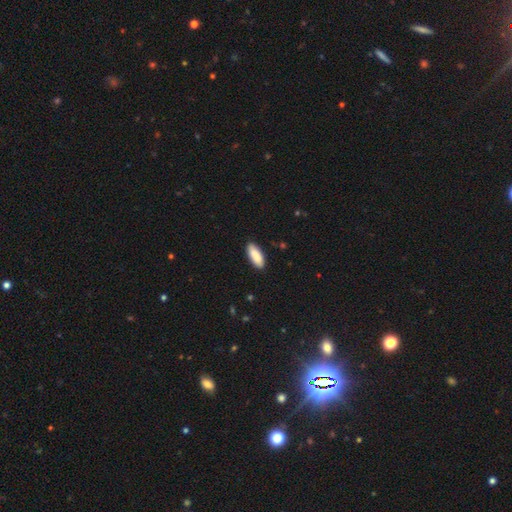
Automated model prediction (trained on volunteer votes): Smooth or featured: smooth — 89% (featured or disk — 5%)
How rounded: in between — 76% (cigar-shaped — 22%)
Merging: none — 89% (minor disturbance — 9%)